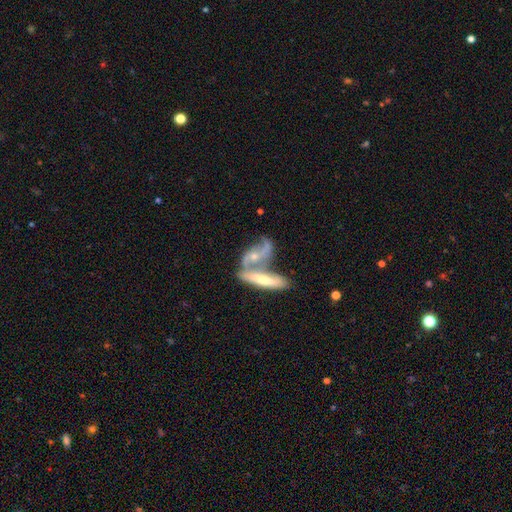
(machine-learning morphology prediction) Overall: featured or disk (70%). Edge-on disk: no (76%). Bar: no (59%; weak 31%). Spiral arms: yes (81%). Bulge size: small (45%; moderate 44%). Merging: merger (56%; none 26%).